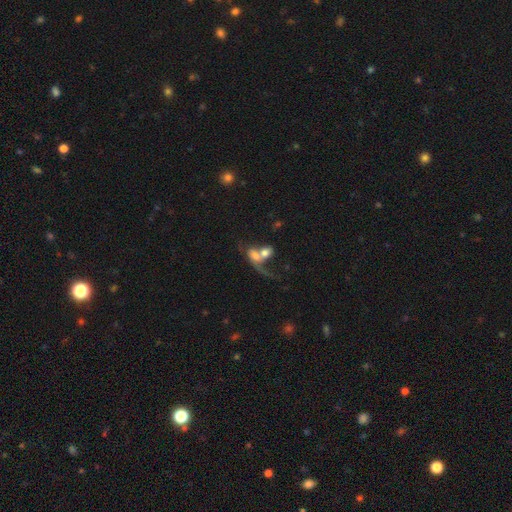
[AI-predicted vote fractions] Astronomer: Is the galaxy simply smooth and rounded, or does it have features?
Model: smooth — 49% (runner-up: featured or disk, 41%).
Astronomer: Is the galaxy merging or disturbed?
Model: merger — 71%.